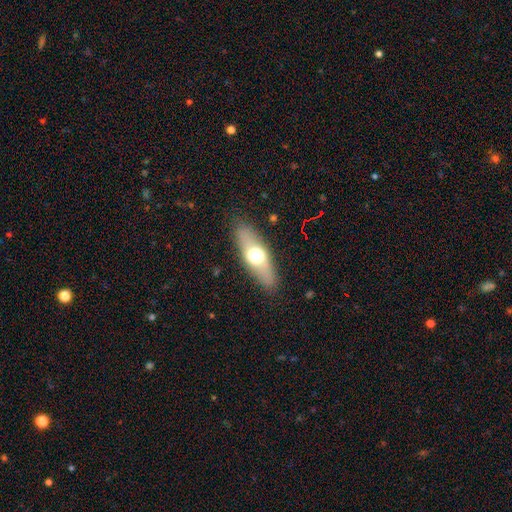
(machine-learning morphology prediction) Smooth or featured? Predicted: smooth (p=0.55). How rounded? Predicted: in between (p=0.56). Merging? Predicted: none (p=0.86).